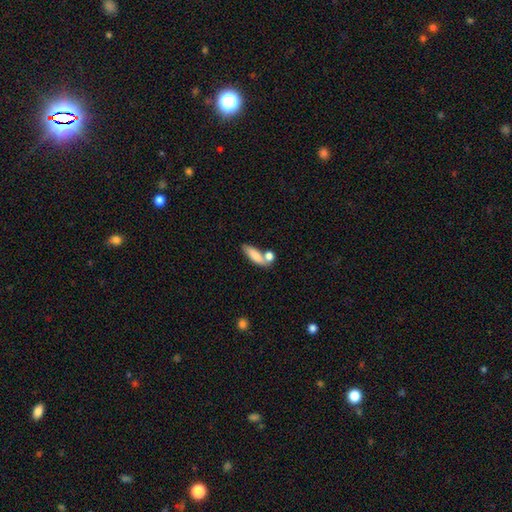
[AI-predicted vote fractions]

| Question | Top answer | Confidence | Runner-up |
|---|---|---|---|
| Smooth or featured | smooth | 81% | featured or disk (13%) |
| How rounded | in between | 58% | cigar-shaped (38%) |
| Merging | none | 47% | merger (32%) |